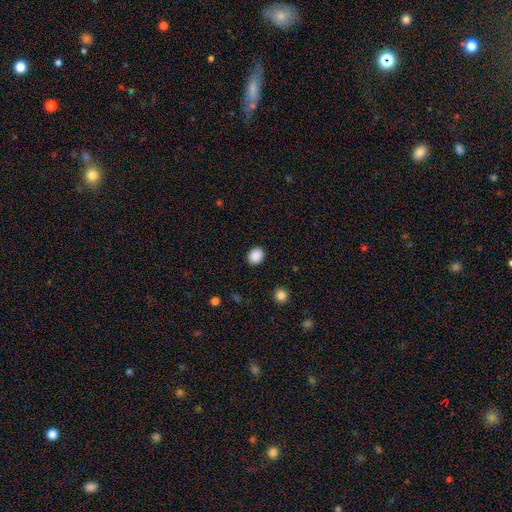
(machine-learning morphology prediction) This is clearly a smooth galaxy (88%). How rounded: likely round (65%). Merging: clearly none (90%).